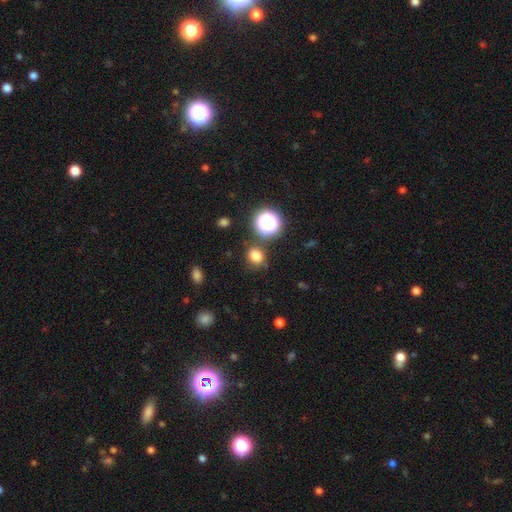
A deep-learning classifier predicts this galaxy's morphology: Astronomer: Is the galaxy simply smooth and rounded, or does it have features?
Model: smooth — 76%.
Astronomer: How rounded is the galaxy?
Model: round — 74%.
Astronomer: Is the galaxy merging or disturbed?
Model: none — 78%.